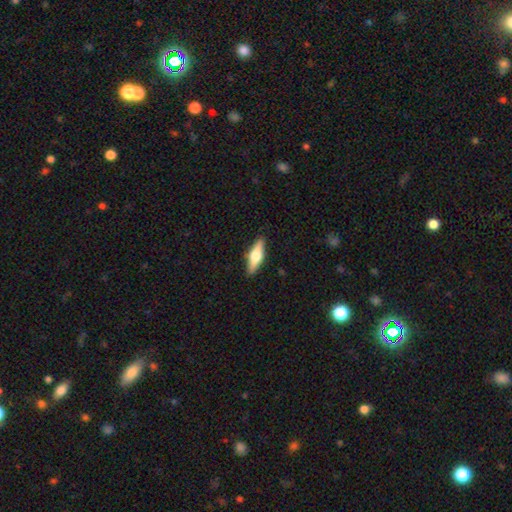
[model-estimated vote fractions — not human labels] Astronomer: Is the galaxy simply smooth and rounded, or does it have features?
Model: featured or disk — 49% (runner-up: smooth, 45%).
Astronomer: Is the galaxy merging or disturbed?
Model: none — 89%.